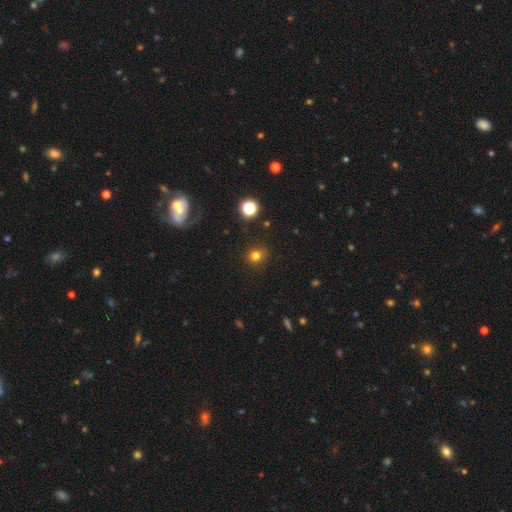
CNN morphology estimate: type=smooth (78%); roundness=round (89%); merging=none (89%).